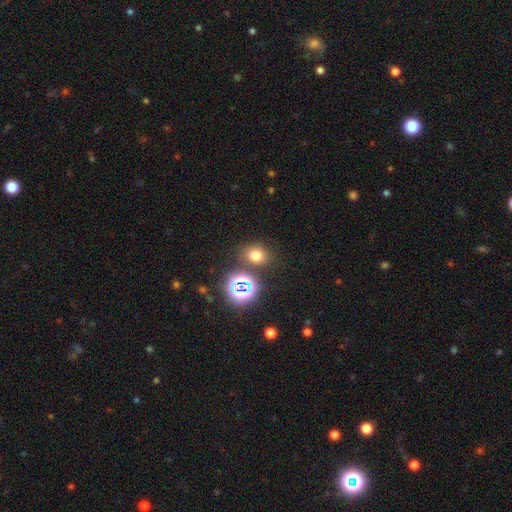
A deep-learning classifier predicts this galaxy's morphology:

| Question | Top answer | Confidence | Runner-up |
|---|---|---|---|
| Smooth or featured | smooth | 67% | star or artifact (25%) |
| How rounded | round | 59% | in between (40%) |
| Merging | none | 77% | minor disturbance (10%) |